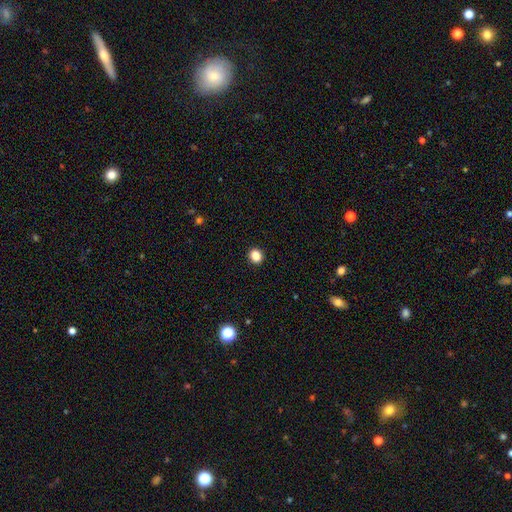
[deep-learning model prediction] smooth-or-featured: smooth: 86% | star or artifact: 11% | featured or disk: 3%
  how-rounded: round: 72% | in between: 27% | cigar-shaped: 1%
  merging: none: 92% | minor disturbance: 5% | major disturbance: 2% | merger: 1%